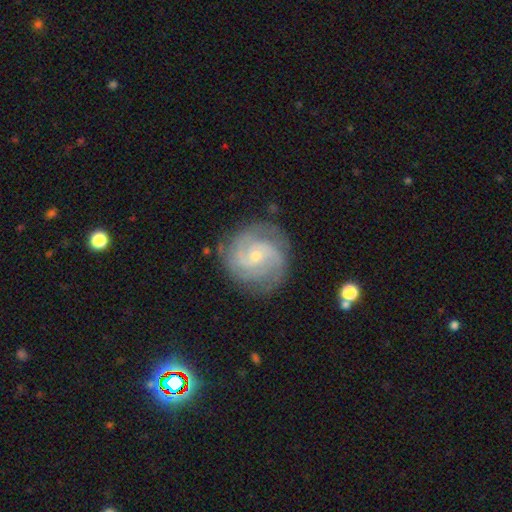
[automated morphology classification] Smooth or featured?
  - featured or disk: 87% *
  - smooth: 8%
  - star or artifact: 5%
Edge-on disk?
  - no: 98% *
  - yes: 2%
Bar?
  - no: 62% *
  - weak: 32%
  - strong: 6%
Spiral arms?
  - yes: 97% *
  - no: 3%
Spiral winding?
  - tight: 57% *
  - medium: 36%
  - loose: 7%
Spiral arm count?
  - 2: 33% *
  - 3: 32%
  - can't tell: 15%
  - 4: 10%
  - 1: 5%
  - more than 4: 5%
Bulge size?
  - small: 70% *
  - moderate: 27%
  - none: 1%
  - large: 1%
  - dominant: 1%
Merging?
  - none: 81% *
  - minor disturbance: 13%
  - major disturbance: 4%
  - merger: 1%